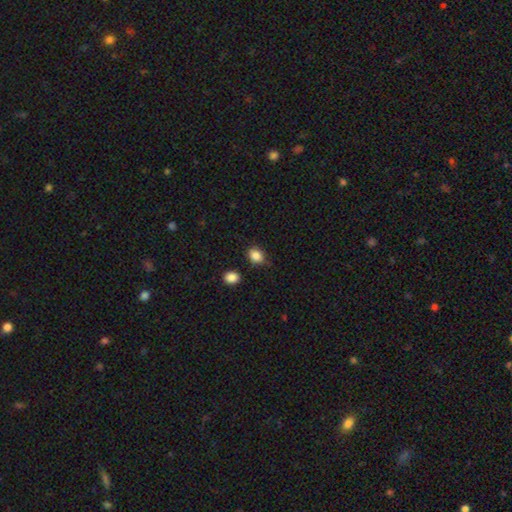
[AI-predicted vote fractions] Smooth or featured: smooth — 86% (star or artifact — 9%)
How rounded: in between — 56% (round — 43%)
Merging: none — 72% (minor disturbance — 19%)